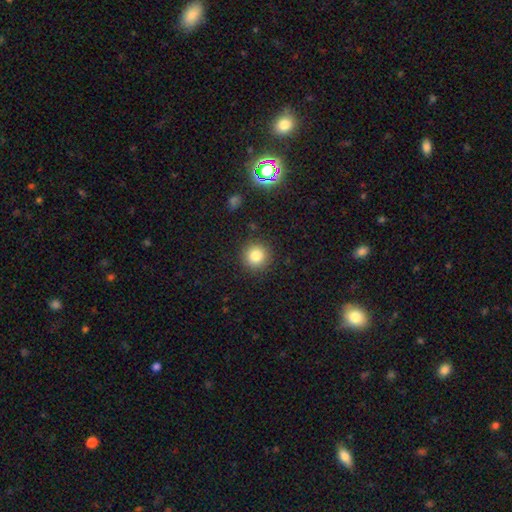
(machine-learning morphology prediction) A smooth galaxy with no disk features (82%) that is round (94%). Merging: none (90%).